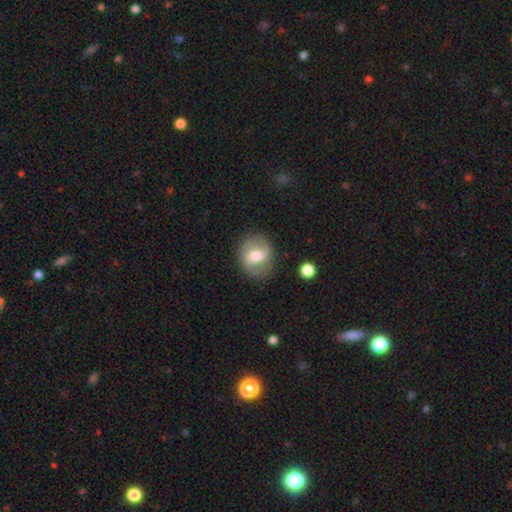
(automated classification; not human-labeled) This appears to be a smooth galaxy with no disk features (47%). Merging: none (76%).